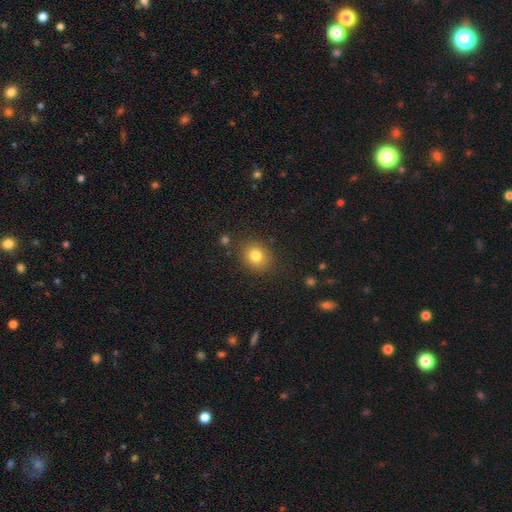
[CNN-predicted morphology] type=smooth (81%); roundness=round (67%); merging=none (85%).